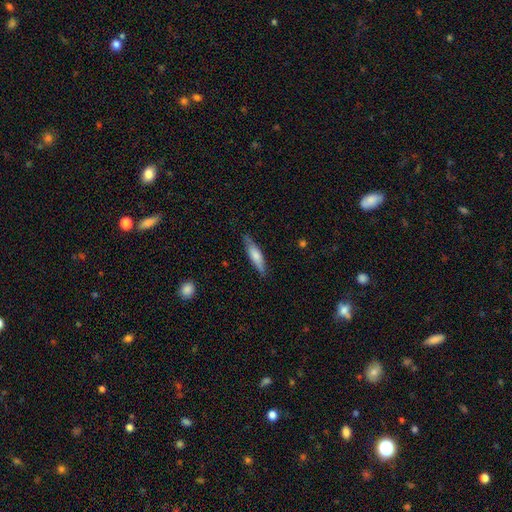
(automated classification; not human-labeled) Q: Smooth or featured?
A: smooth (65%); runner-up: featured or disk (29%)
Q: How rounded?
A: cigar-shaped (69%); runner-up: in between (30%)
Q: Merging?
A: none (79%); runner-up: minor disturbance (16%)